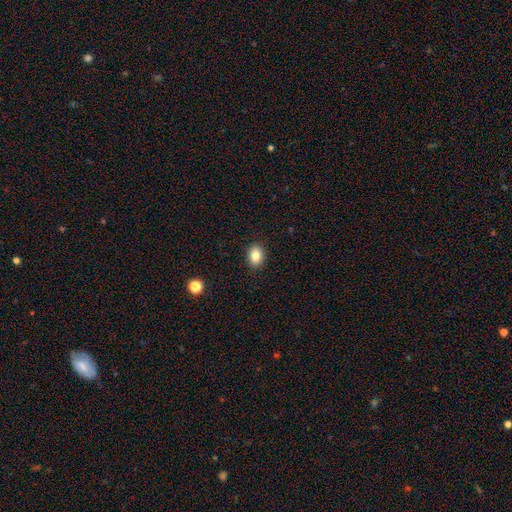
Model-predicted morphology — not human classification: Smooth or featured: smooth — 83% (star or artifact — 9%)
How rounded: in between — 75% (round — 24%)
Merging: none — 90% (minor disturbance — 7%)